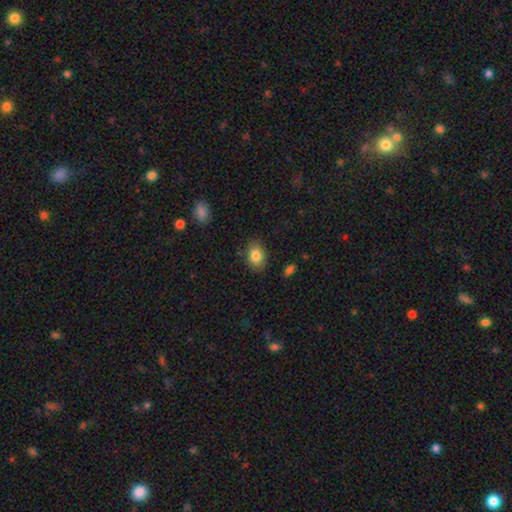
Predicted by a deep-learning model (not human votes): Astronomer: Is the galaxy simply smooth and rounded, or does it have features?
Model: smooth — 84%.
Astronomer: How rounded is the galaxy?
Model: in between — 78%.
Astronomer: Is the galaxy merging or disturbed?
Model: none — 84%.